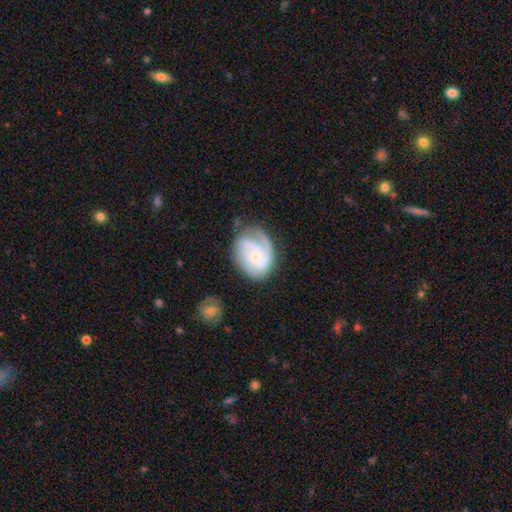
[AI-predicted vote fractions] Morphology: type=featured or disk (73%); edge-on=no (98%); bar=no (71%); spiral arms=yes (91%); winding=tight (52%); arm count=2 (28%, tied with can't tell); bulge=small (71%); merging=none (57%).